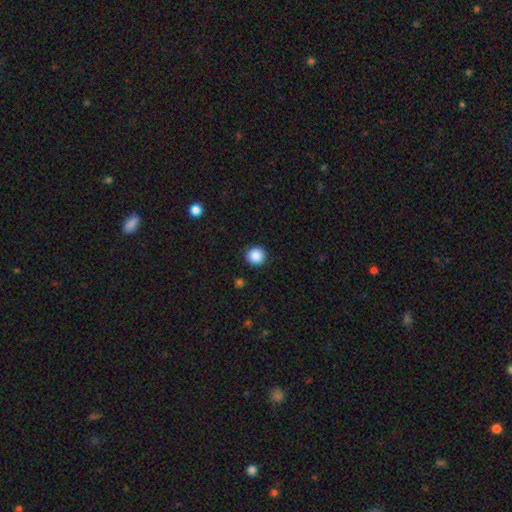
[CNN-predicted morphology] Smooth or featured? smooth (88%)
How rounded? round (95%)
Merging? none (92%)